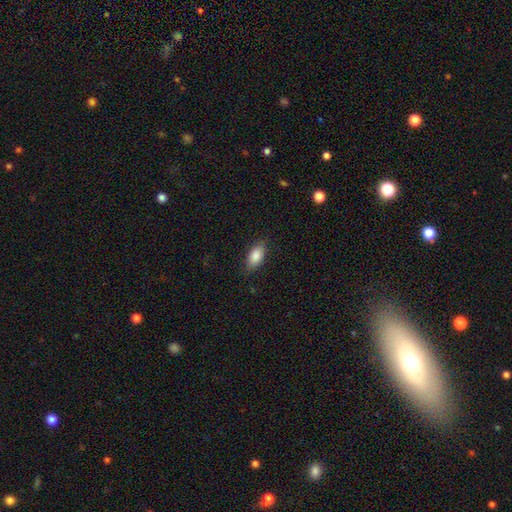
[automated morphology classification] A smooth galaxy with no disk features (87%) that is in between round and cigar-shaped (90%). Merging: none (85%).